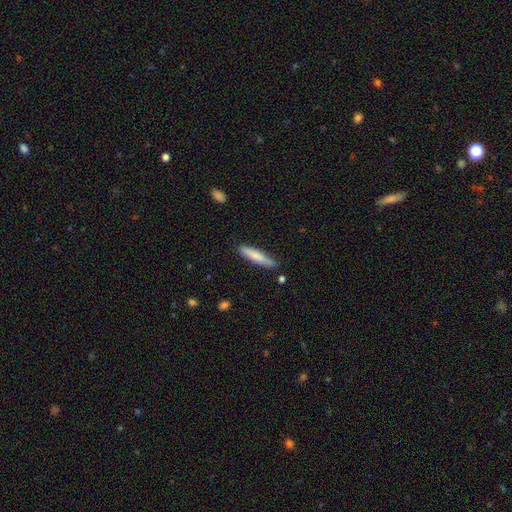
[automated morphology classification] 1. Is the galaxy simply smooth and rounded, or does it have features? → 77% smooth, 17% featured or disk, 6% star or artifact.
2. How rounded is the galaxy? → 86% cigar-shaped, 13% in between, 1% round.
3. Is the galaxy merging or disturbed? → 75% none, 20% minor disturbance, 3% major disturbance, 3% merger.